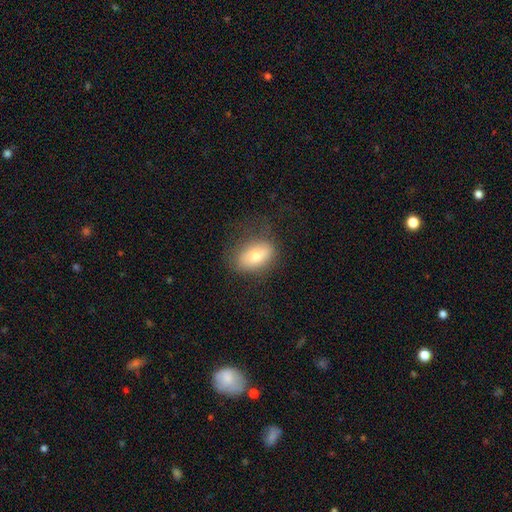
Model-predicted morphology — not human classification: This is likely a smooth galaxy (70%). How rounded: clearly in between (81%). Merging: likely none (68%).